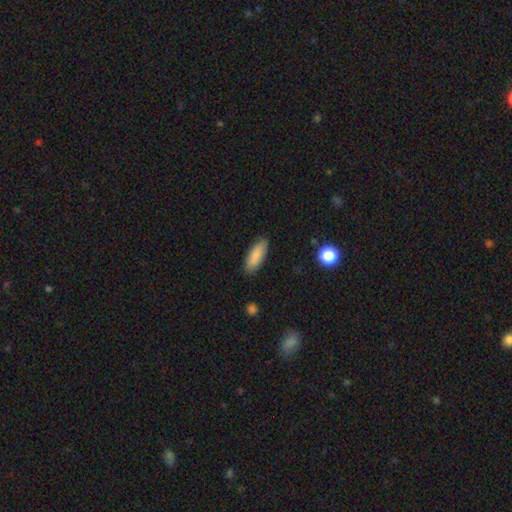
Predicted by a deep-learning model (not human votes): smooth_or_featured: smooth (p=0.87) [alt: star or artifact p=0.06]
how_rounded: in between (p=0.62) [alt: cigar-shaped p=0.36]
merging: none (p=0.87) [alt: minor disturbance p=0.10]